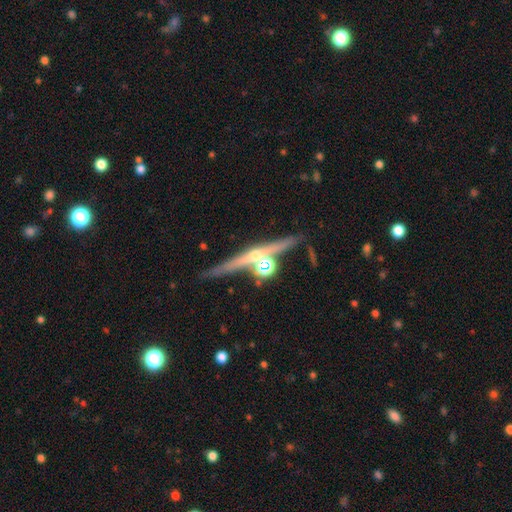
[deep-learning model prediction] Smooth or featured? Predicted: featured or disk (p=0.72). Edge-on disk? Predicted: yes (p=0.94). Edge-on bulge? Predicted: rounded (p=0.76). Merging? Predicted: none (p=0.74).